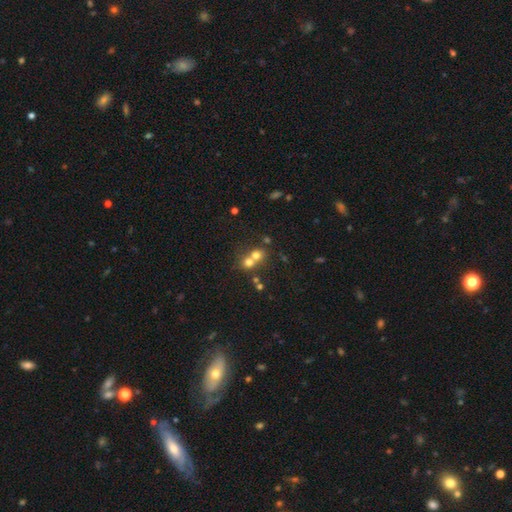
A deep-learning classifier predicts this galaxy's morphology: This is likely a smooth galaxy (67%). How rounded: likely round (79%). Merging: possibly merger (58%).